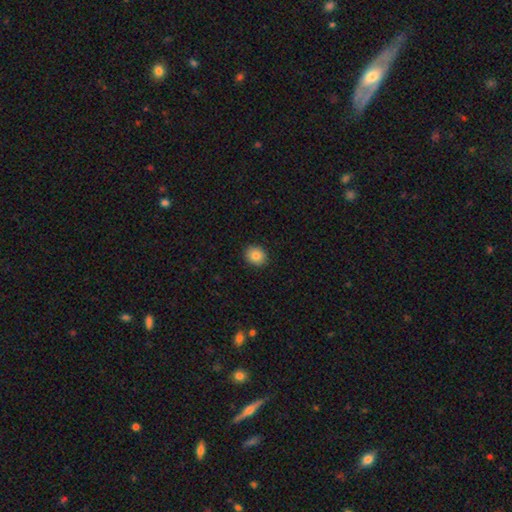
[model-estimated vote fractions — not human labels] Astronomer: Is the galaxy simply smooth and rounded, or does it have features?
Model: smooth — 85%.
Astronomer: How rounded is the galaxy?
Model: round — 69%.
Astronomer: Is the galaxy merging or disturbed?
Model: none — 91%.